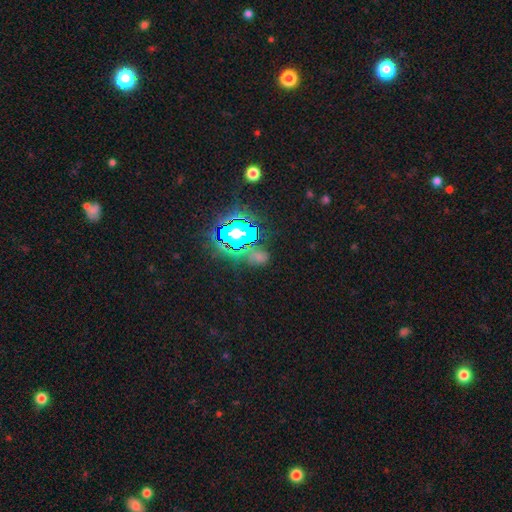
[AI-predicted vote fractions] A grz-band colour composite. It shows a star or artifact, not a galaxy (55%).